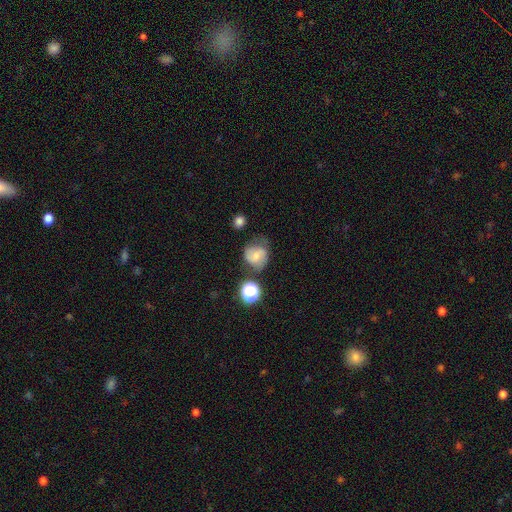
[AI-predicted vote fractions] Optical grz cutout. It shows a smooth galaxy with no disk features (48%). Merging: none (55%).